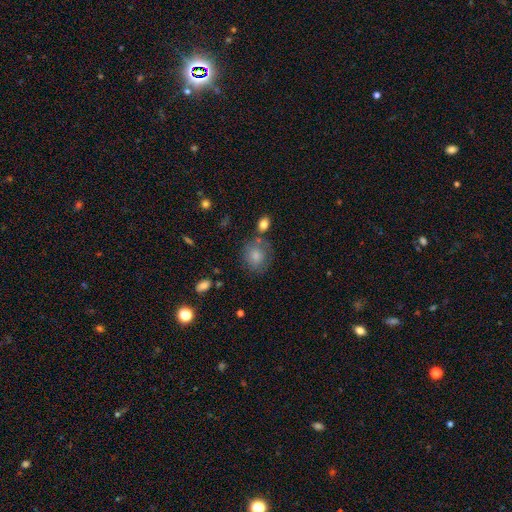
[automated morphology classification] smooth-or-featured: smooth: 80% | featured or disk: 11% | star or artifact: 9%
  how-rounded: round: 73% | in between: 26% | cigar-shaped: 1%
  merging: none: 66% | minor disturbance: 18% | merger: 8% | major disturbance: 8%